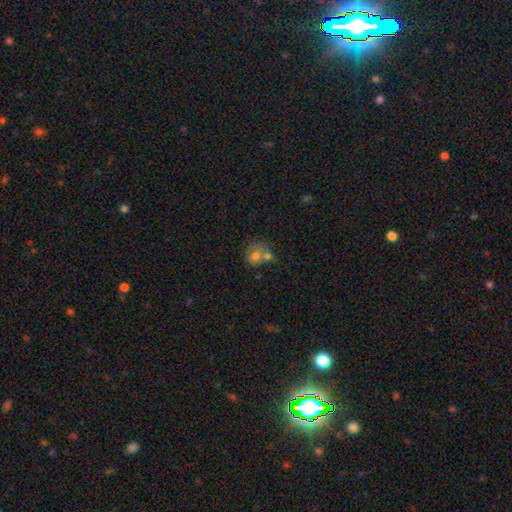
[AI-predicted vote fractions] A smooth galaxy with no disk features (67%) that is round (69%). Merging: merger (46%).